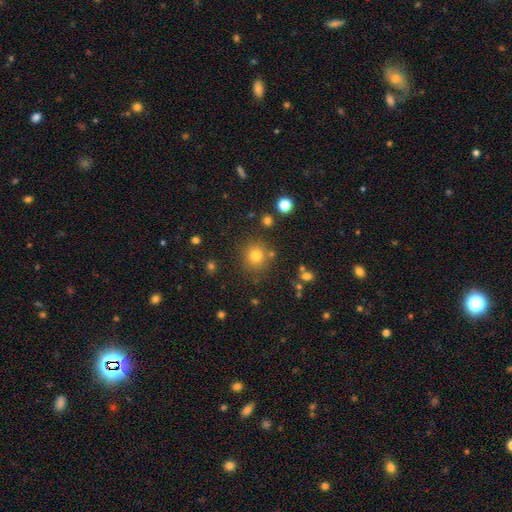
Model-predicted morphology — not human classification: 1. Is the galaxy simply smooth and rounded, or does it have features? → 77% smooth, 16% star or artifact, 7% featured or disk.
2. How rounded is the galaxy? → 90% round, 9% in between, 1% cigar-shaped.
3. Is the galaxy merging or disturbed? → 83% none, 9% minor disturbance, 5% merger, 3% major disturbance.